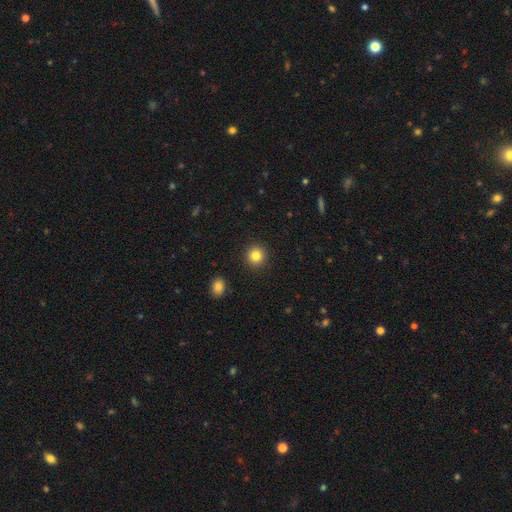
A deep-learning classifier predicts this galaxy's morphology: A smooth galaxy with no disk features (83%) that is round (92%).

Vote fractions:
- Smooth or featured? smooth: 83% / star or artifact: 11% / featured or disk: 6%
- How rounded? round: 92% / in between: 7% / cigar-shaped: 1%
- Merging? none: 92% / minor disturbance: 5% / major disturbance: 2% / merger: 1%